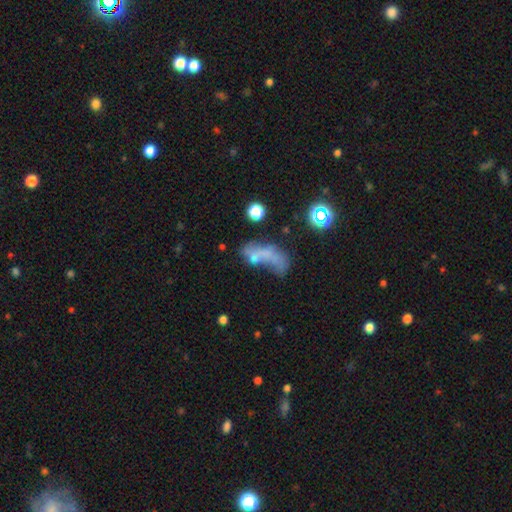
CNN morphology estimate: smooth_or_featured: smooth (p=0.42) [alt: featured or disk p=0.36]
merging: major disturbance (p=0.31) [alt: merger p=0.29]